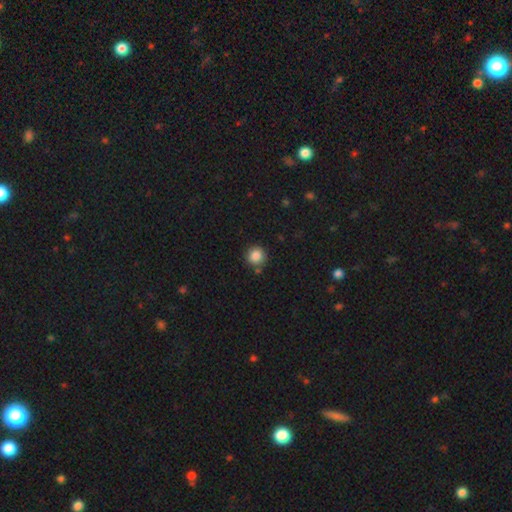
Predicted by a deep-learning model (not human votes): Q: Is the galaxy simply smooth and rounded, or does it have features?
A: smooth — 86%.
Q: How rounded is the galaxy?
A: round — 93%.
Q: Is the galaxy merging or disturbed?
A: none — 82%.